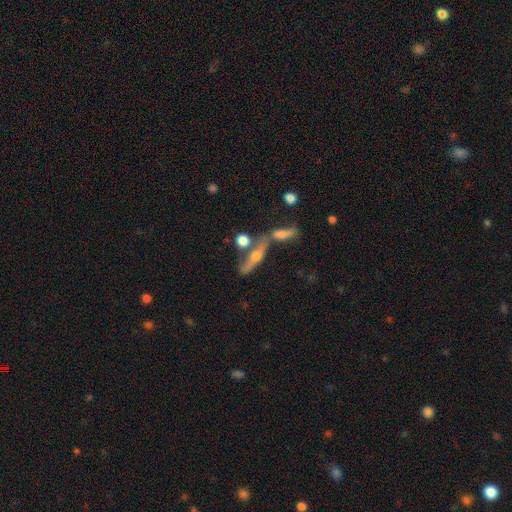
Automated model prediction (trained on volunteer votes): A featured or disk galaxy (62%) viewed edge-on (83%) with a rounded central bulge (89%).

Vote fractions:
- Smooth or featured? featured or disk: 62% / smooth: 27% / star or artifact: 11%
- Edge-on disk? yes: 83% / no: 17%
- Edge-on bulge? rounded: 89% / none: 7% / boxy: 4%
- Merging? none: 52% / merger: 29% / minor disturbance: 13% / major disturbance: 6%